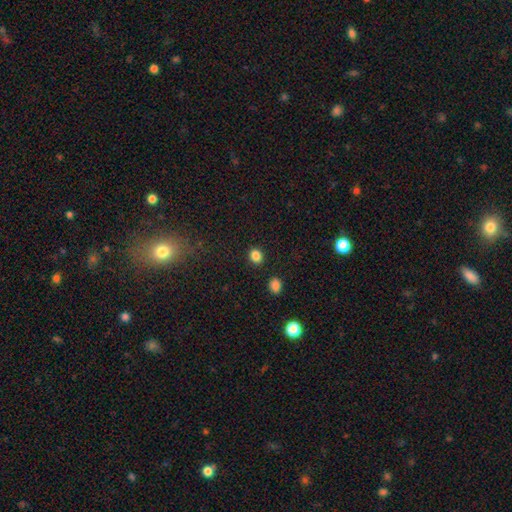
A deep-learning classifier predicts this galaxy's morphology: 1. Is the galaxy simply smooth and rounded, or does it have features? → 85% smooth, 11% star or artifact, 4% featured or disk.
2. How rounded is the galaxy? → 57% round, 42% in between, 1% cigar-shaped.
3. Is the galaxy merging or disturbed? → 88% none, 7% minor disturbance, 3% merger, 2% major disturbance.